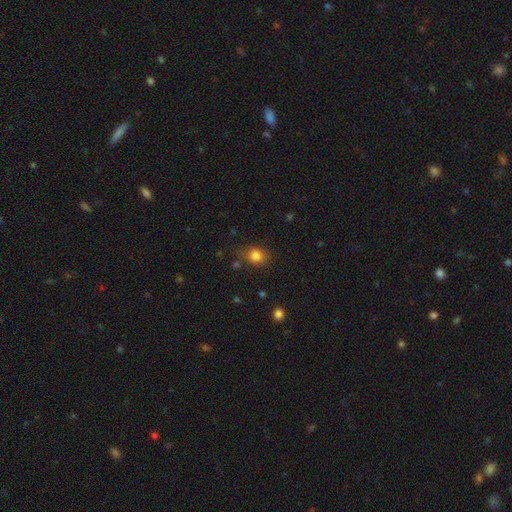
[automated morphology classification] smooth_or_featured: smooth (p=0.82) [alt: star or artifact p=0.12]
how_rounded: round (p=0.55) [alt: in between p=0.44]
merging: none (p=0.72) [alt: minor disturbance p=0.19]